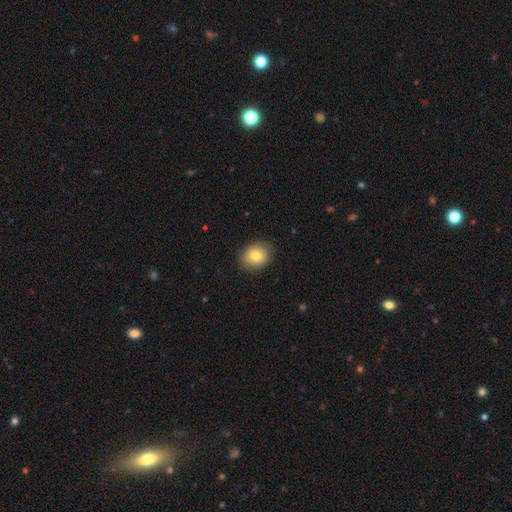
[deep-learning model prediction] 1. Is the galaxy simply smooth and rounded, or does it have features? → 80% smooth, 12% featured or disk, 9% star or artifact.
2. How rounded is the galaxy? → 56% round, 43% in between, 1% cigar-shaped.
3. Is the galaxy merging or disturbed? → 86% none, 10% minor disturbance, 3% major disturbance, 1% merger.